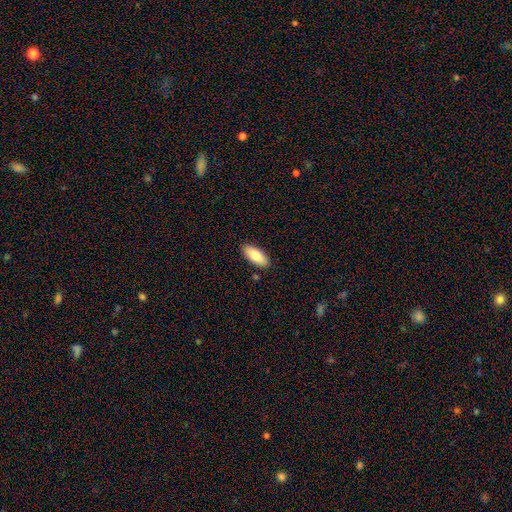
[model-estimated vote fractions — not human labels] A smooth galaxy with no disk features (83%) that is in between round and cigar-shaped (85%). Merging: none (88%).